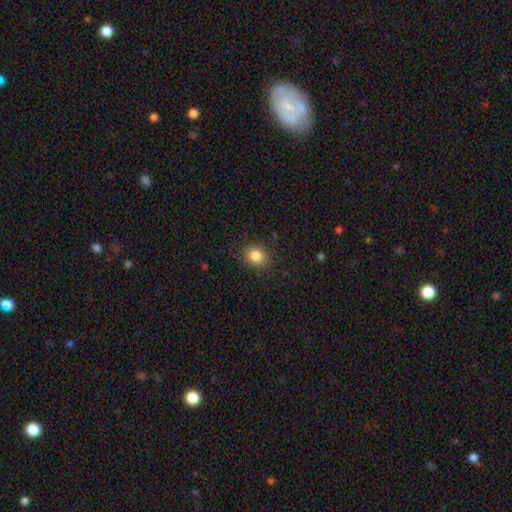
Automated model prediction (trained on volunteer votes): Smooth or featured?
  - smooth: 84% *
  - star or artifact: 10%
  - featured or disk: 6%
How rounded?
  - in between: 52% *
  - round: 48%
  - cigar-shaped: 1%
Merging?
  - none: 86% *
  - minor disturbance: 10%
  - major disturbance: 3%
  - merger: 1%